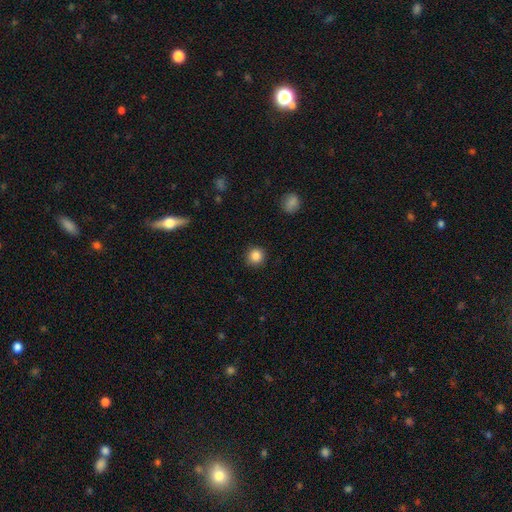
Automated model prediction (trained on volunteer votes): This appears to be a smooth galaxy with no disk features (85%) that is round (94%). Merging: none (91%).